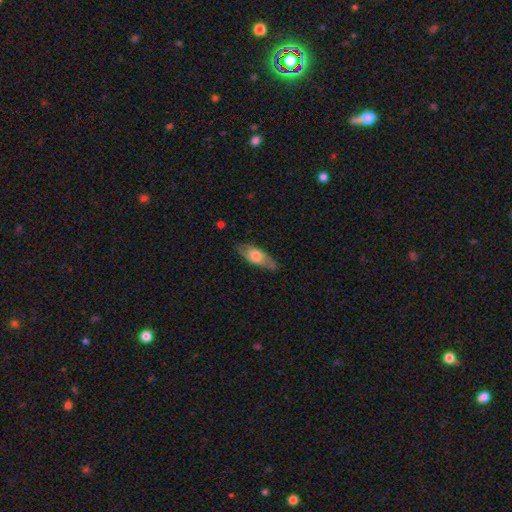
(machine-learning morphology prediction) Q: Smooth or featured?
A: smooth (57%); runner-up: featured or disk (37%)
Q: How rounded?
A: in between (73%); runner-up: cigar-shaped (24%)
Q: Merging?
A: none (78%); runner-up: minor disturbance (17%)